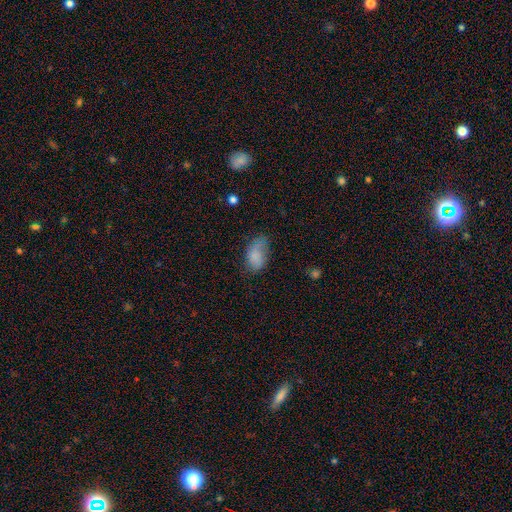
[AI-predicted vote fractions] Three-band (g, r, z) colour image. It shows a smooth galaxy with no disk features (80%) that is in between round and cigar-shaped (91%). Merging: none (51%).